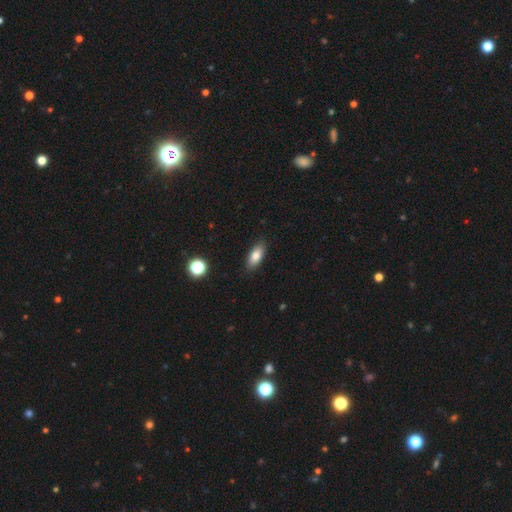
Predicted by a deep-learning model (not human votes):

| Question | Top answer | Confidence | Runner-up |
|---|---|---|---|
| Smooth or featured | smooth | 80% | featured or disk (12%) |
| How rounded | in between | 83% | cigar-shaped (14%) |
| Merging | none | 87% | minor disturbance (10%) |